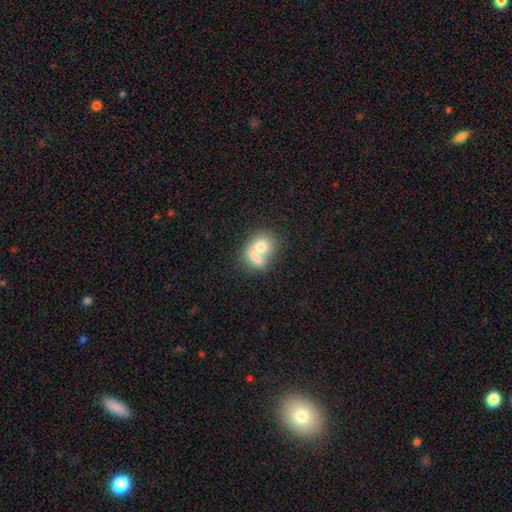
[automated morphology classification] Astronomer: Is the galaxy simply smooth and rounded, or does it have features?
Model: smooth — 65%.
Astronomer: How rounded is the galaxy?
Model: round — 53% (runner-up: in between, 46%).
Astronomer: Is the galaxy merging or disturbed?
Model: merger — 65%.